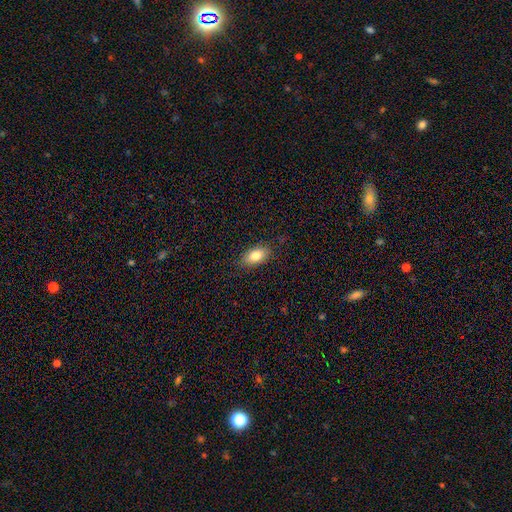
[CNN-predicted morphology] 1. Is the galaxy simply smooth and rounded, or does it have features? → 82% smooth, 11% featured or disk, 8% star or artifact.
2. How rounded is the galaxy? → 90% in between, 5% cigar-shaped, 5% round.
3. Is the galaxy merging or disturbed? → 85% none, 12% minor disturbance, 3% major disturbance, 1% merger.